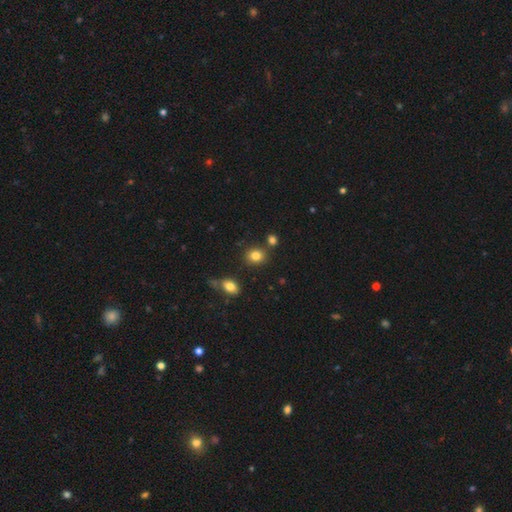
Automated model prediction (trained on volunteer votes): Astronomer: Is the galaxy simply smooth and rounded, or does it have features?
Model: smooth — 82%.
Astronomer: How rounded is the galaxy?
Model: round — 66%.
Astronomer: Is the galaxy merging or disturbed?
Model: none — 78%.